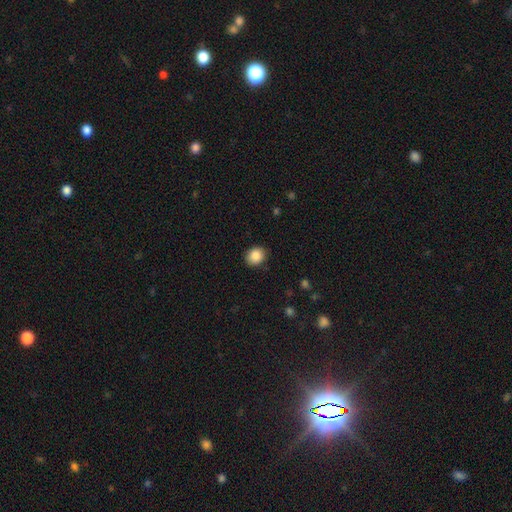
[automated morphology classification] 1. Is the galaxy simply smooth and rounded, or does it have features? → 87% smooth, 8% star or artifact, 4% featured or disk.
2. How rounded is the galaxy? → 60% round, 39% in between, 1% cigar-shaped.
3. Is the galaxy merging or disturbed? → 89% none, 8% minor disturbance, 2% major disturbance, 1% merger.